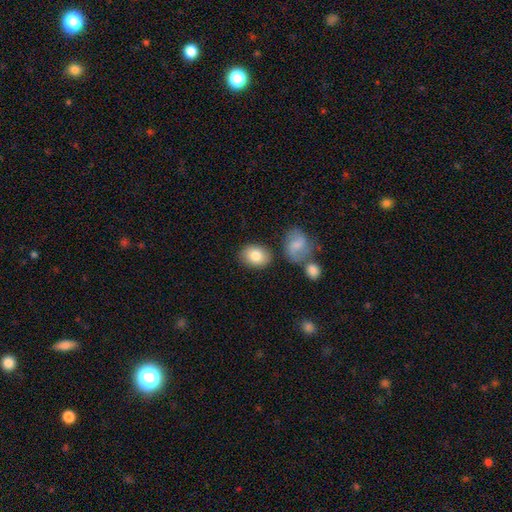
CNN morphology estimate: This appears to be a smooth galaxy with no disk features (82%) that is in between round and cigar-shaped (67%). Merging: none (77%).